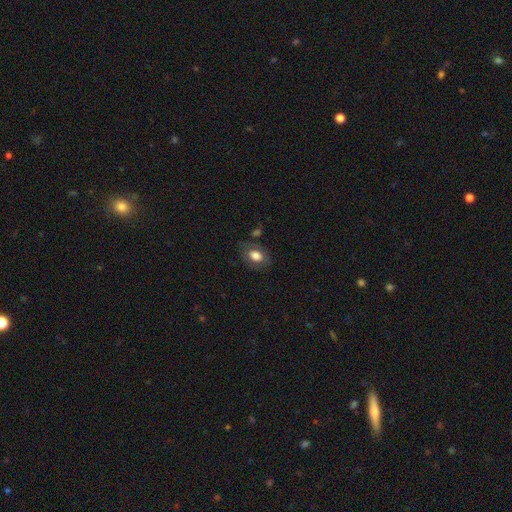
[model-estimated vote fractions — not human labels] Smooth or featured? Predicted: smooth (p=0.69). How rounded? Predicted: in between (p=0.80). Merging? Predicted: none (p=0.74).